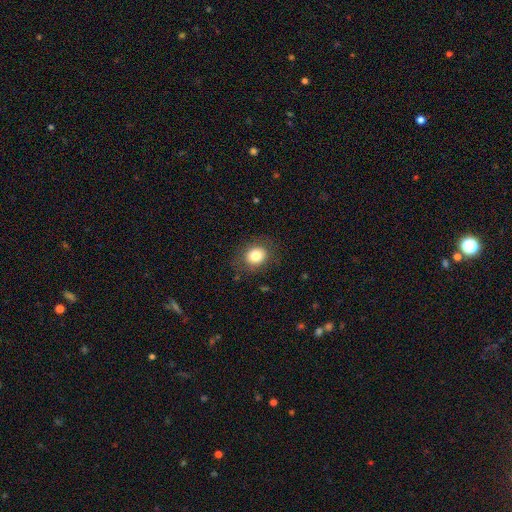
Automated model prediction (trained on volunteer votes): The model was most divided on "how rounded": round: 66%, in between: 34%, cigar-shaped: 1%. More confident: merging — none (83%); smooth or featured — smooth (80%).